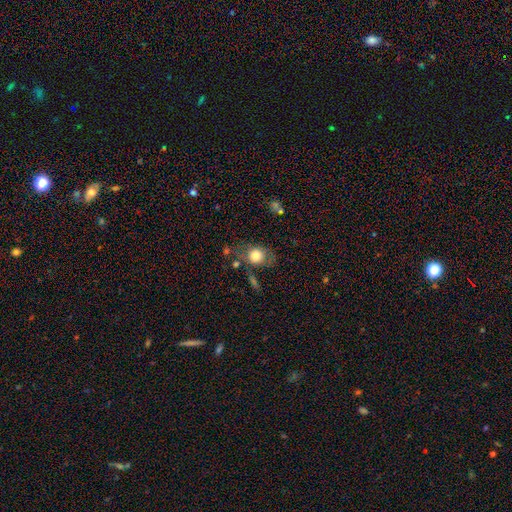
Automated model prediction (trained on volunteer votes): This appears to be a smooth galaxy with no disk features (74%) that is round (52%). Merging: none (57%).